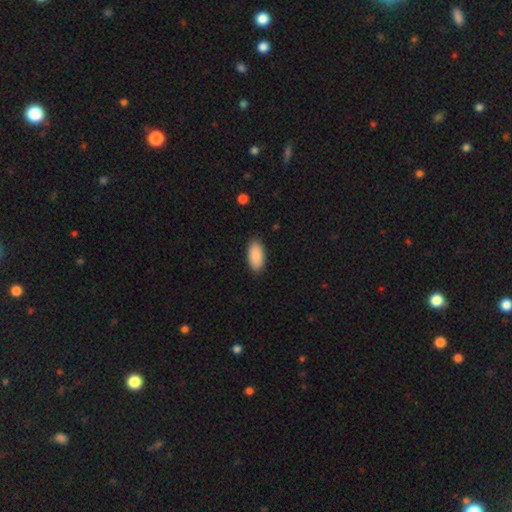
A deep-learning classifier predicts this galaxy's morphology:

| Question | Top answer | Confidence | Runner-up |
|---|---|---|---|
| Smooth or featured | smooth | 90% | star or artifact (6%) |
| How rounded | in between | 93% | cigar-shaped (5%) |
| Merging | none | 88% | minor disturbance (9%) |